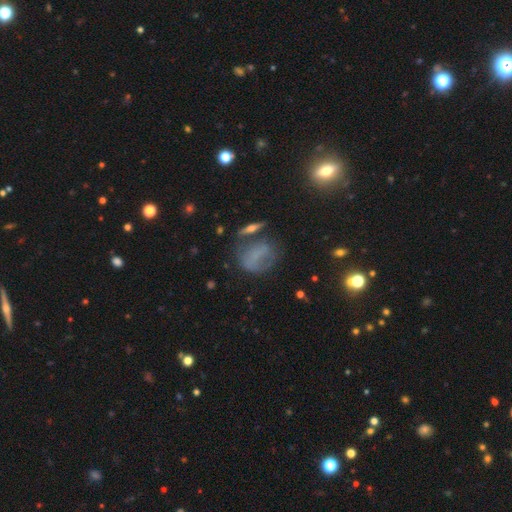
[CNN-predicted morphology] smooth 49%, featured or disk 31%, star or artifact 19%. Down the decision tree: merging — none (44%).